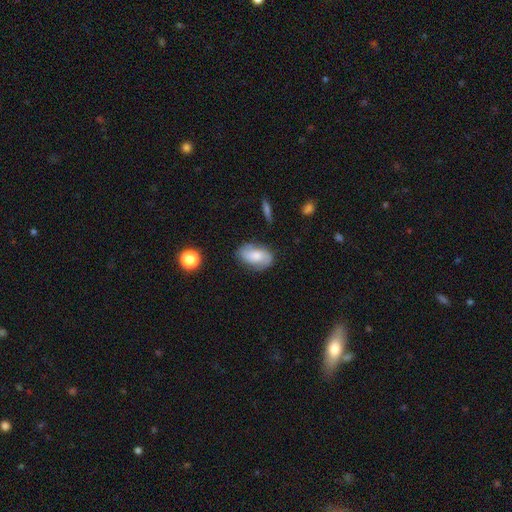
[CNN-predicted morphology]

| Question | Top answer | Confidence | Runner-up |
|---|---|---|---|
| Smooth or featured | featured or disk | 47% | smooth (45%) |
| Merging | none | 75% | minor disturbance (17%) |